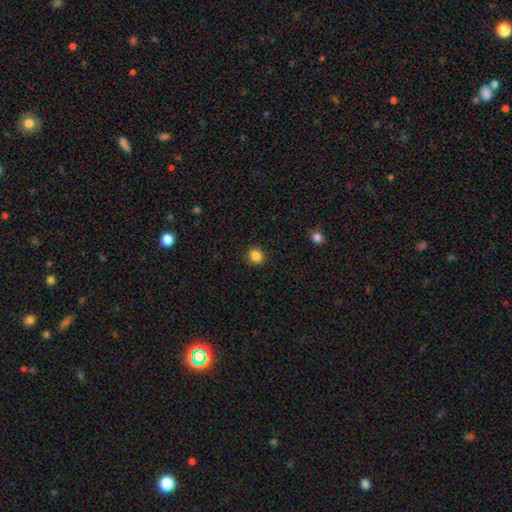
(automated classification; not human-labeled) The model was most divided on "smooth or featured": smooth: 85%, star or artifact: 11%, featured or disk: 4%. More confident: merging — none (91%); how rounded — round (88%).